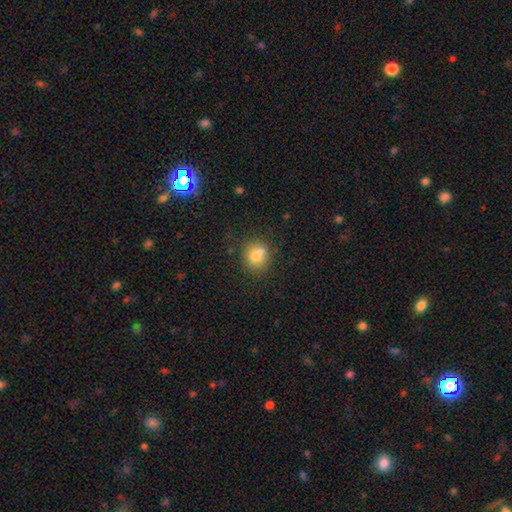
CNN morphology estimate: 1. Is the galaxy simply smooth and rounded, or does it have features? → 77% smooth, 13% featured or disk, 11% star or artifact.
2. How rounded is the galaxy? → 77% round, 22% in between, 1% cigar-shaped.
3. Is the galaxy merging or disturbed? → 60% none, 20% merger, 15% minor disturbance, 4% major disturbance.